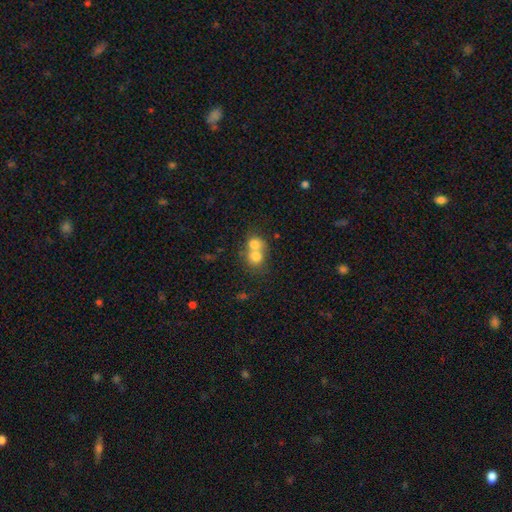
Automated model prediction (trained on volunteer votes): Smooth or featured? smooth (75%)
How rounded? round (74%)
Merging? merger (68%)